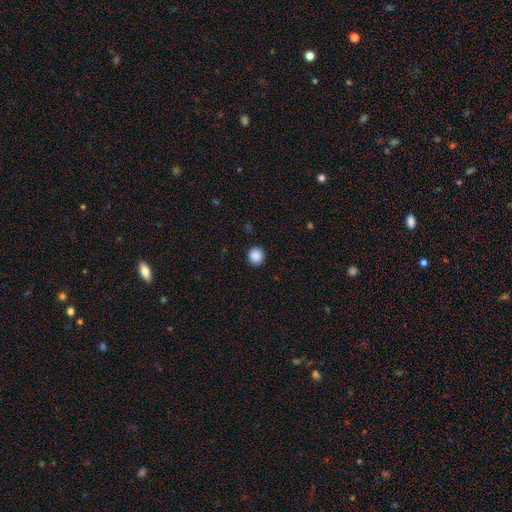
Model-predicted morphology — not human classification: Smooth or featured: smooth — 89% (star or artifact — 9%)
How rounded: round — 94% (in between — 5%)
Merging: none — 91% (minor disturbance — 6%)